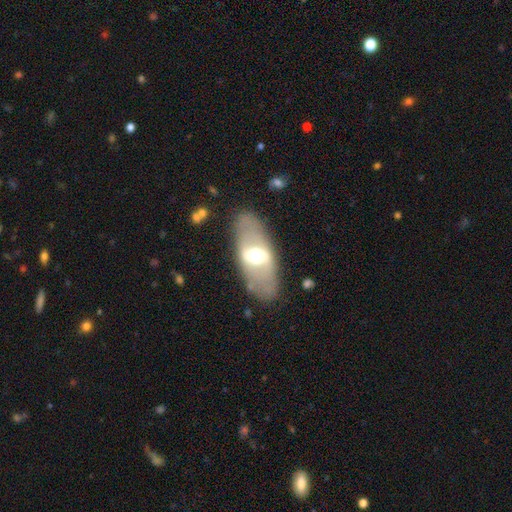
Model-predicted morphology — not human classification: Smooth or featured?
  - featured or disk: 60% *
  - smooth: 34%
  - star or artifact: 6%
Edge-on disk?
  - no: 75% *
  - yes: 25%
Merging?
  - none: 82% *
  - minor disturbance: 11%
  - major disturbance: 5%
  - merger: 2%